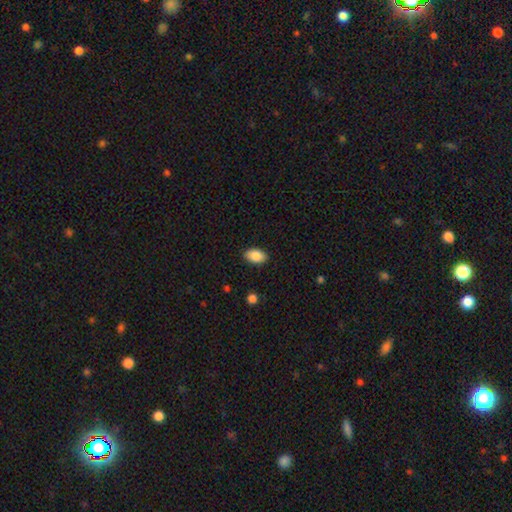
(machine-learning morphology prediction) Smooth or featured? Predicted: smooth (p=0.86). How rounded? Predicted: in between (p=0.91). Merging? Predicted: none (p=0.88).